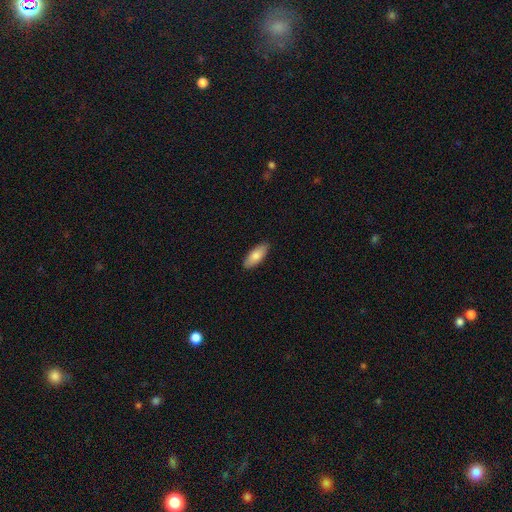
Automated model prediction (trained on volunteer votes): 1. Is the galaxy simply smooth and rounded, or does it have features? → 81% smooth, 13% featured or disk, 6% star or artifact.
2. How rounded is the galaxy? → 79% in between, 19% cigar-shaped, 2% round.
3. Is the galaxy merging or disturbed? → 89% none, 9% minor disturbance, 2% major disturbance, 1% merger.